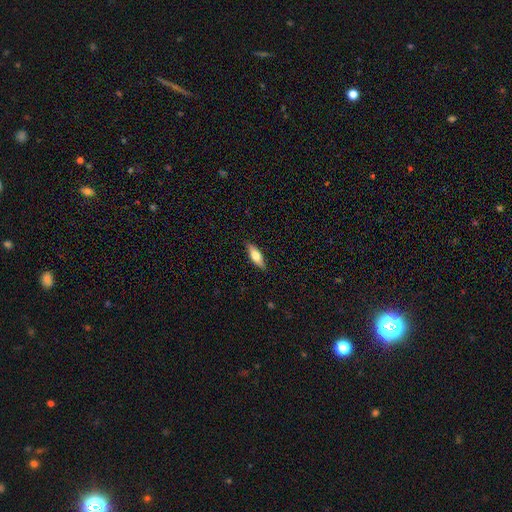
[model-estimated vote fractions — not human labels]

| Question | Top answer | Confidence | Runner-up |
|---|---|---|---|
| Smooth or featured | smooth | 63% | featured or disk (31%) |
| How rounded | in between | 55% | cigar-shaped (42%) |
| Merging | none | 88% | minor disturbance (10%) |